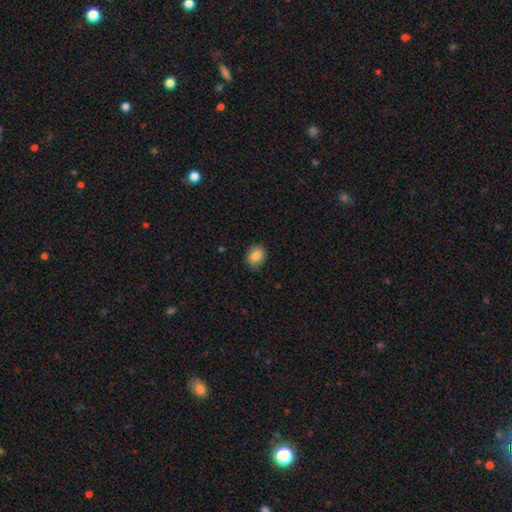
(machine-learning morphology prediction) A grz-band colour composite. It shows a smooth galaxy with no disk features (86%) that is round (56%). Merging: none (87%).